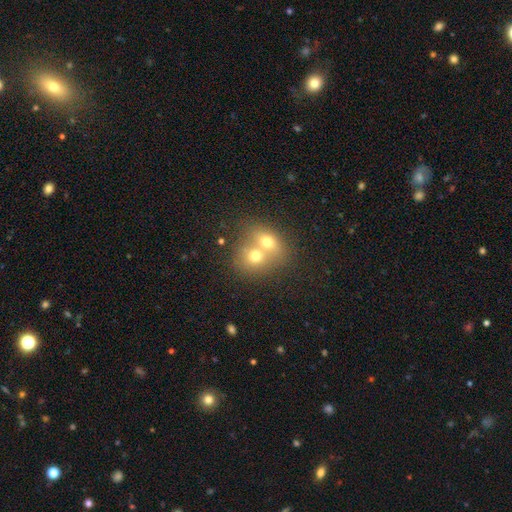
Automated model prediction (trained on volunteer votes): smooth 67%, featured or disk 21%, star or artifact 11%. Down the decision tree: how rounded — round (65%); merging — merger (68%).